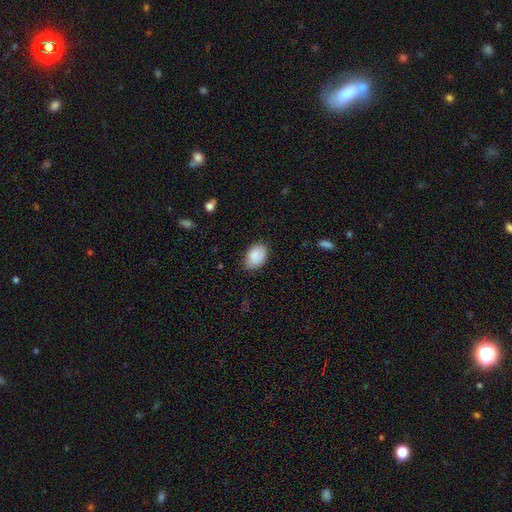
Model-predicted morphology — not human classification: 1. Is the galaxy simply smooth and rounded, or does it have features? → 89% smooth, 6% star or artifact, 4% featured or disk.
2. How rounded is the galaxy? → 83% in between, 16% round, 1% cigar-shaped.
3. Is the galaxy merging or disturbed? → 80% none, 16% minor disturbance, 3% major disturbance, 1% merger.